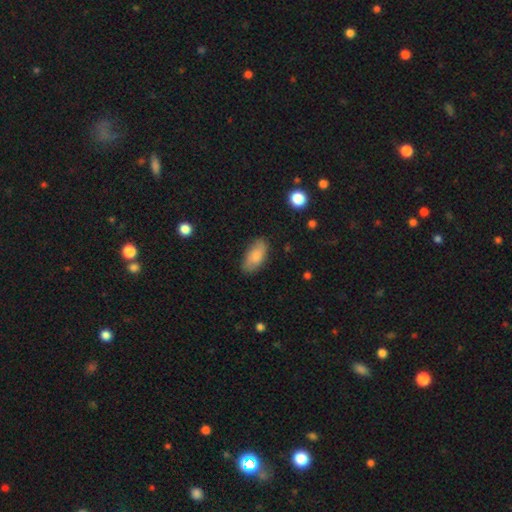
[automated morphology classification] Smooth or featured? smooth (82%)
How rounded? in between (91%)
Merging? none (81%)